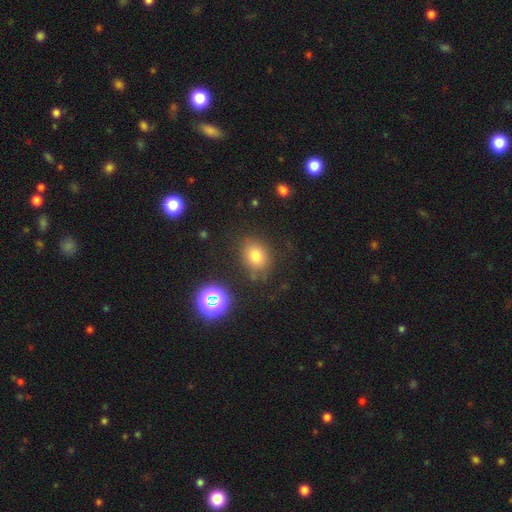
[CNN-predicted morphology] A smooth galaxy with no disk features (75%) that is round (53%). Merging: none (76%).